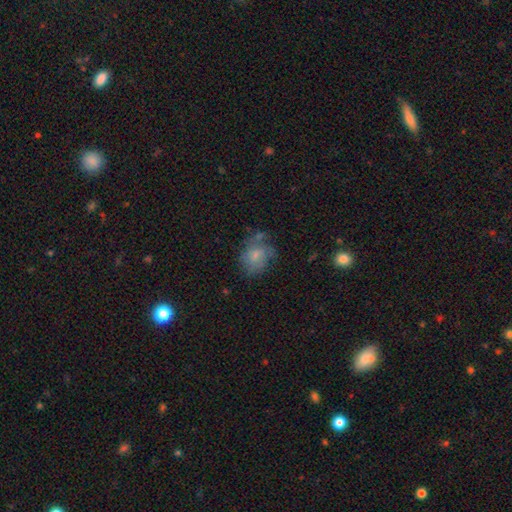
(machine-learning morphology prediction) Smooth or featured? Predicted: smooth (p=0.60). How rounded? Predicted: in between (p=0.56). Merging? Predicted: none (p=0.45).